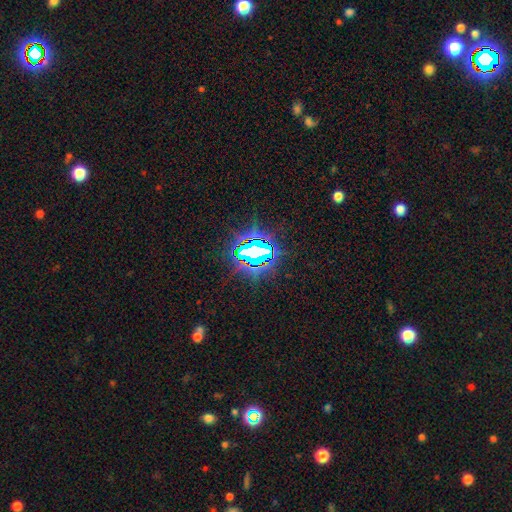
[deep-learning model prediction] Overall: star or artifact (78%).